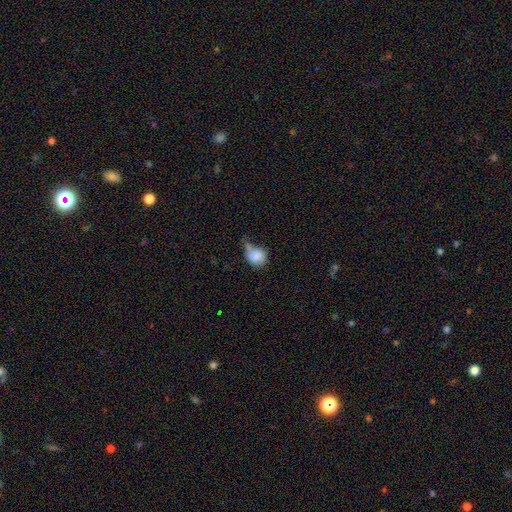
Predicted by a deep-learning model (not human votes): The model was most divided on "merging": minor disturbance: 36%, none: 26%, major disturbance: 24%, merger: 14%. More confident: smooth or featured — smooth (79%); how rounded — round (63%).